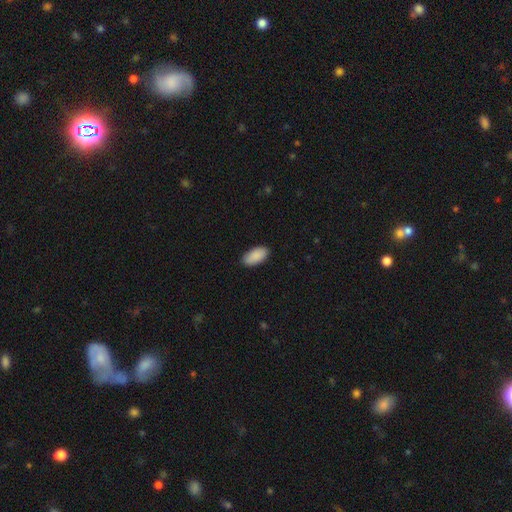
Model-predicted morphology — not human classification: The model was most divided on "merging": none: 89%, minor disturbance: 8%, major disturbance: 2%, merger: 1%. More confident: how rounded — in between (95%); smooth or featured — smooth (91%).